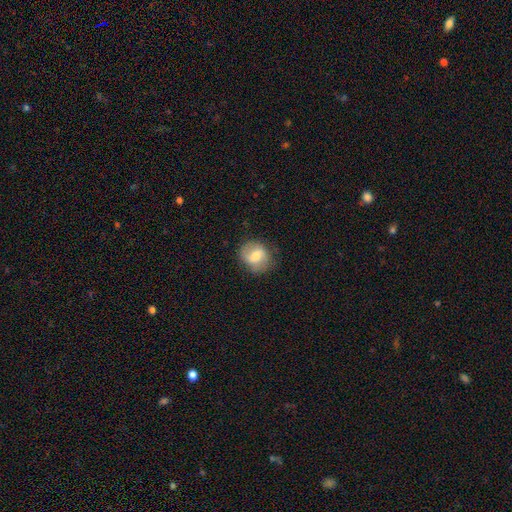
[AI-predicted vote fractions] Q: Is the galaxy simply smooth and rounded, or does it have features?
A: smooth — 52%.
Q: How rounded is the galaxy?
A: round — 71%.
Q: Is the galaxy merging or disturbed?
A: none — 75%.